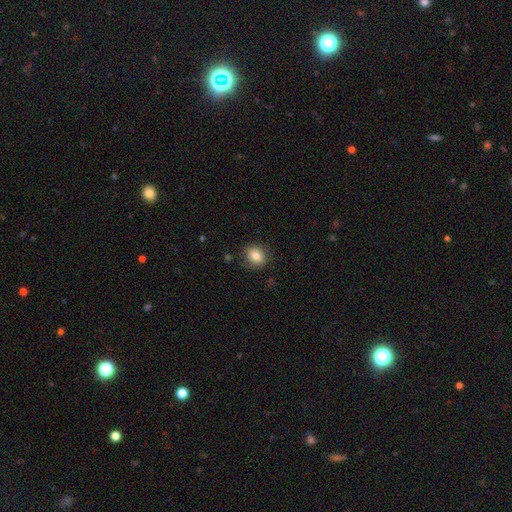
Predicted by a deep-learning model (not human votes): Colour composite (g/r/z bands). It shows a smooth galaxy with no disk features (83%) that is round (62%). Merging: none (85%).